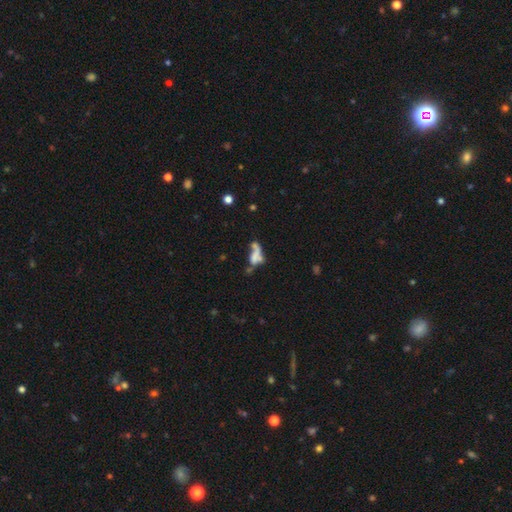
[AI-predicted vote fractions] smooth 47%, featured or disk 38%, star or artifact 15%. Down the decision tree: merging — merger (42%).